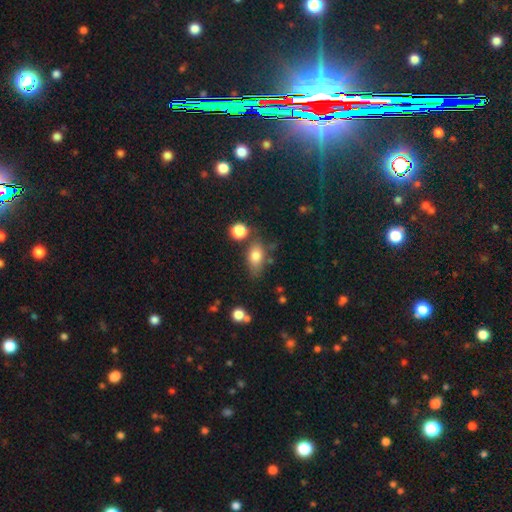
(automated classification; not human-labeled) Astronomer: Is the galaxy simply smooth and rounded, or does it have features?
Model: smooth — 78%.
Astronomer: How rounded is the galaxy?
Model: in between — 82%.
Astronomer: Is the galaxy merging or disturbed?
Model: none — 63%.